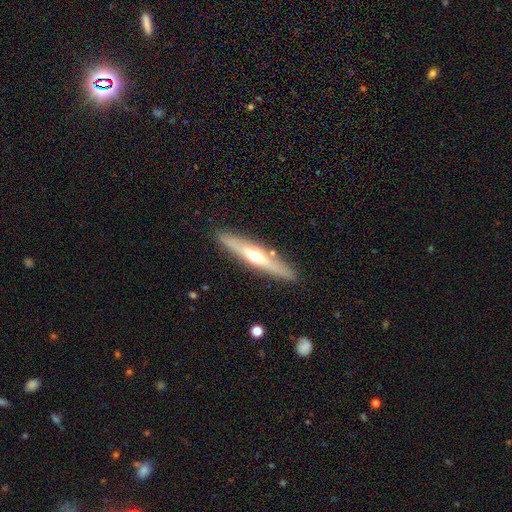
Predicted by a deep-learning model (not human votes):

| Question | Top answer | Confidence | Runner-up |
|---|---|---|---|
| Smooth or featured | featured or disk | 61% | smooth (33%) |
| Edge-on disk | yes | 91% | no (9%) |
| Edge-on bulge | rounded | 88% | none (9%) |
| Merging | none | 87% | minor disturbance (9%) |